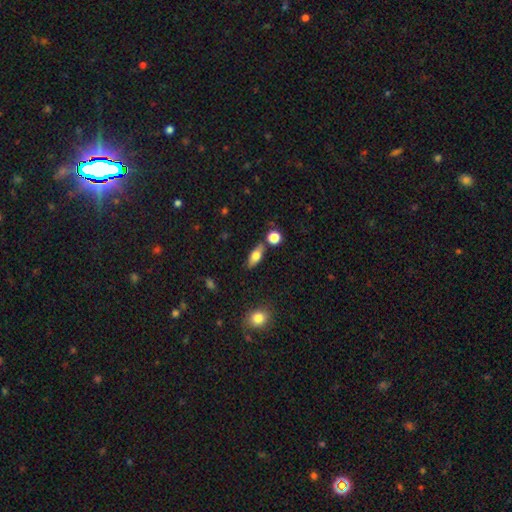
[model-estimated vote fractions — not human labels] Smooth or featured? smooth (67%)
How rounded? in between (72%)
Merging? none (75%)